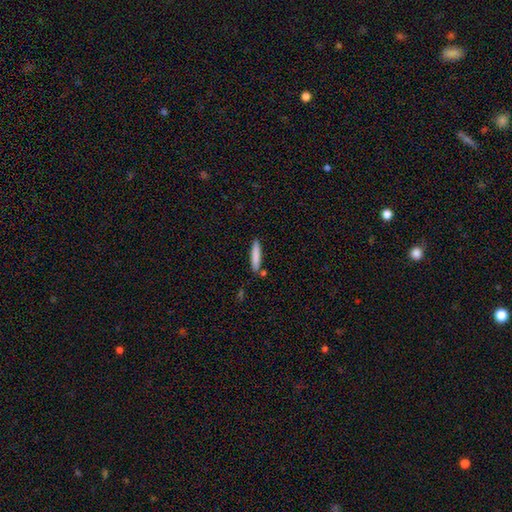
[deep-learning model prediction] Smooth or featured? Predicted: smooth (p=0.83). How rounded? Predicted: cigar-shaped (p=0.89). Merging? Predicted: none (p=0.84).